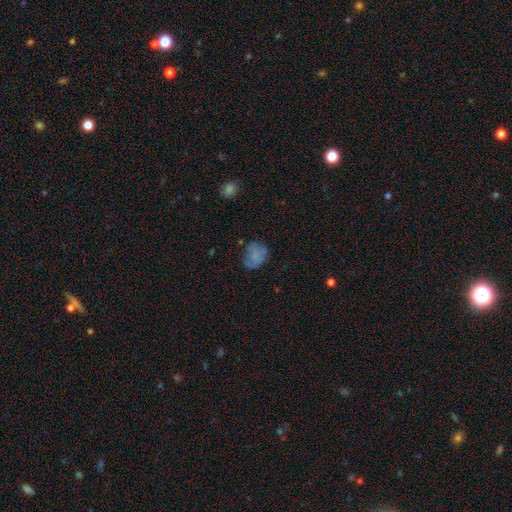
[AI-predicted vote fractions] Smooth or featured: smooth — 65% (featured or disk — 23%)
How rounded: round — 60% (in between — 39%)
Merging: none — 57% (minor disturbance — 25%)